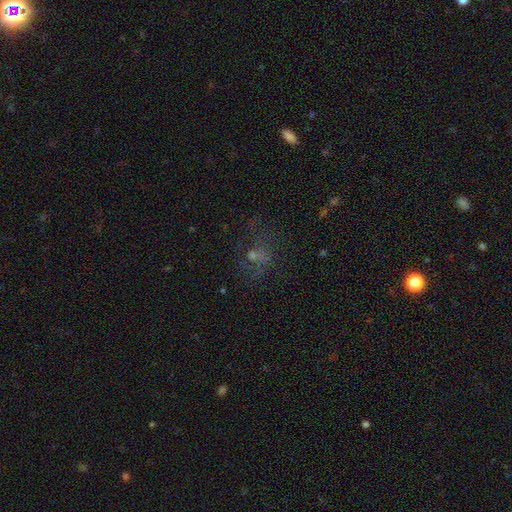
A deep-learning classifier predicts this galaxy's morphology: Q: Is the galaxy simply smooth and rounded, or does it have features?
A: featured or disk — 36%.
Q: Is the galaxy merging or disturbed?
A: none — 53%.